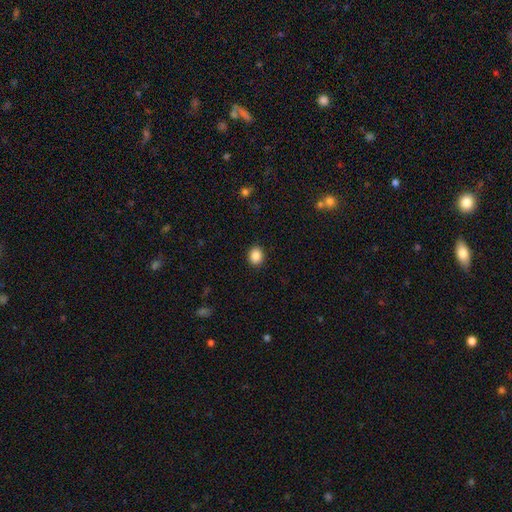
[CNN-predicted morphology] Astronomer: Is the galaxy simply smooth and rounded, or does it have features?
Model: smooth — 87%.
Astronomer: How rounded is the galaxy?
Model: round — 68%.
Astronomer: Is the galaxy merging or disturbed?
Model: none — 91%.